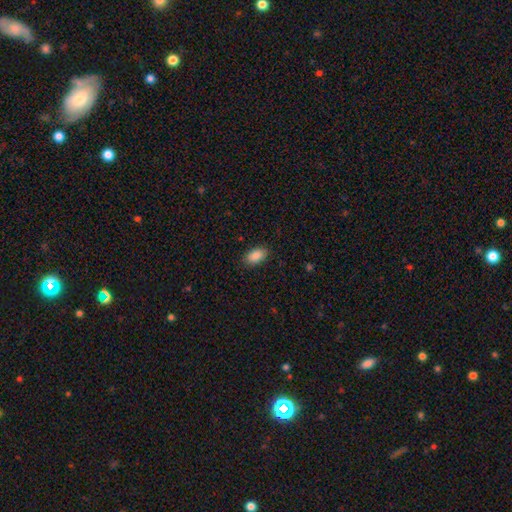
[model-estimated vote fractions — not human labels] Smooth or featured? Predicted: smooth (p=0.89). How rounded? Predicted: in between (p=0.93). Merging? Predicted: none (p=0.87).